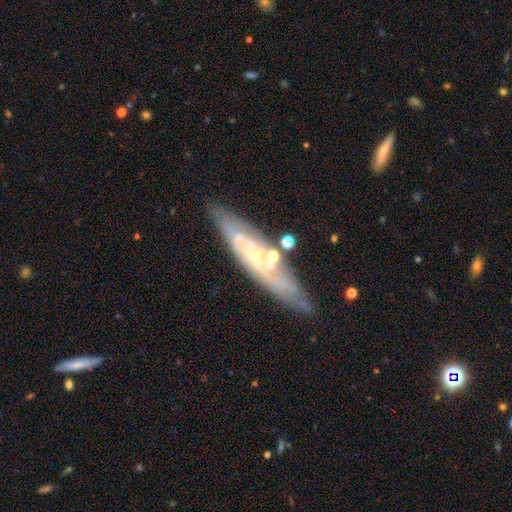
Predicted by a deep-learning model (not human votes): A featured or disk galaxy (76%) with no bar (63%), spiral arms (86%) and a small central bulge (76%). Merging: none (71%).